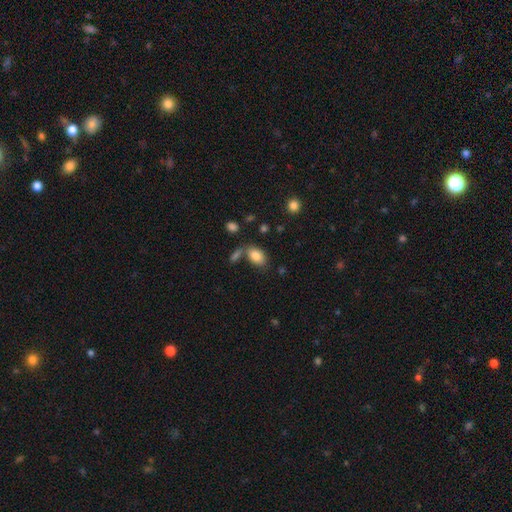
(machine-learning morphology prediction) The model was most divided on "merging": none: 63%, merger: 17%, minor disturbance: 14%, major disturbance: 5%. More confident: how rounded — in between (91%); smooth or featured — smooth (83%).